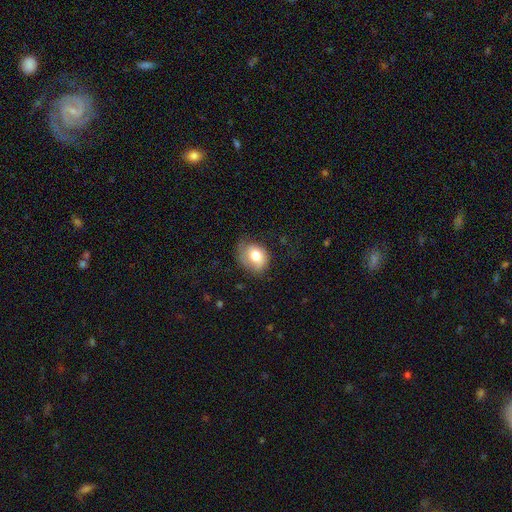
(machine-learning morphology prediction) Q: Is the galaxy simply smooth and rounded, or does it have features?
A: smooth — 73%.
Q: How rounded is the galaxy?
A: in between — 60%.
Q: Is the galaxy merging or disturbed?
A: none — 54%.